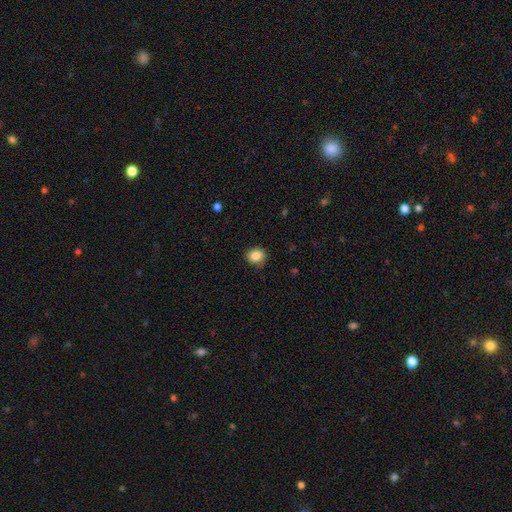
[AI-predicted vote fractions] smooth_or_featured: smooth (p=0.85) [alt: star or artifact p=0.10]
how_rounded: round (p=0.73) [alt: in between p=0.26]
merging: none (p=0.83) [alt: minor disturbance p=0.13]